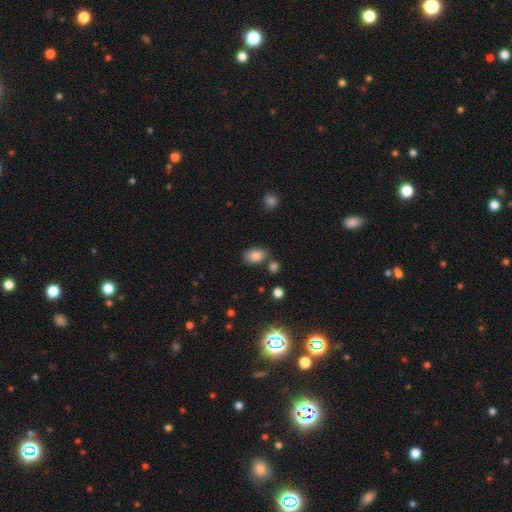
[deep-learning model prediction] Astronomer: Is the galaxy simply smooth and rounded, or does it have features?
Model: smooth — 83%.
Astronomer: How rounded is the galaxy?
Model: in between — 86%.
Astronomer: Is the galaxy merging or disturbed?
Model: none — 73%.